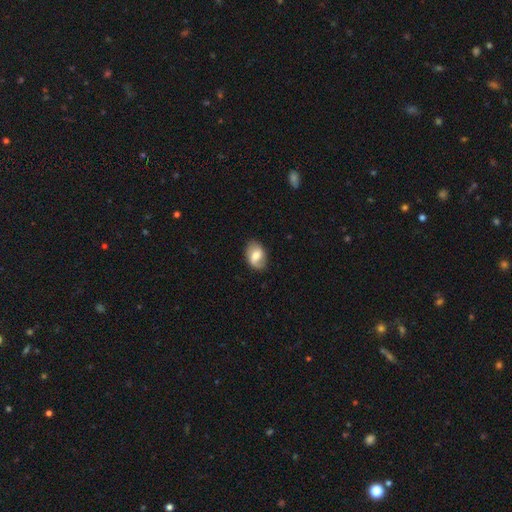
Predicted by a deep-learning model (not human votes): Overall: smooth (50%; featured or disk 43%). Merging: none (76%).